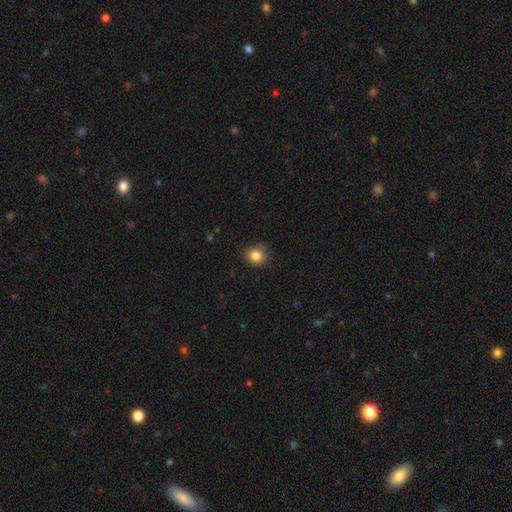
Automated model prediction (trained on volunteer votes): The model was most divided on "how rounded": round: 82%, in between: 17%, cigar-shaped: 1%. More confident: smooth or featured — smooth (83%); merging — none (81%).